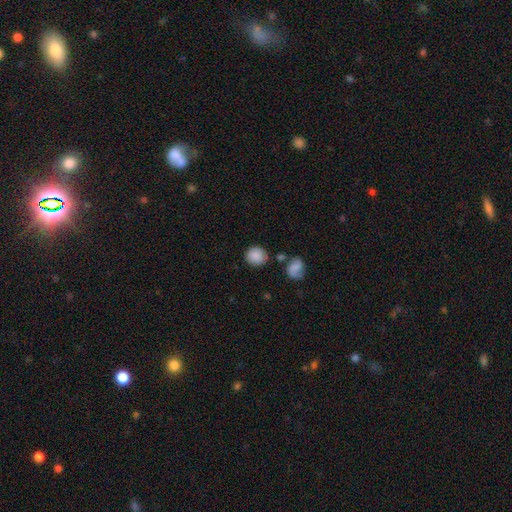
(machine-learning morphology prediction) The model was most divided on "merging": none: 77%, minor disturbance: 12%, merger: 8%, major disturbance: 4%. More confident: smooth or featured — smooth (85%); how rounded — round (83%).